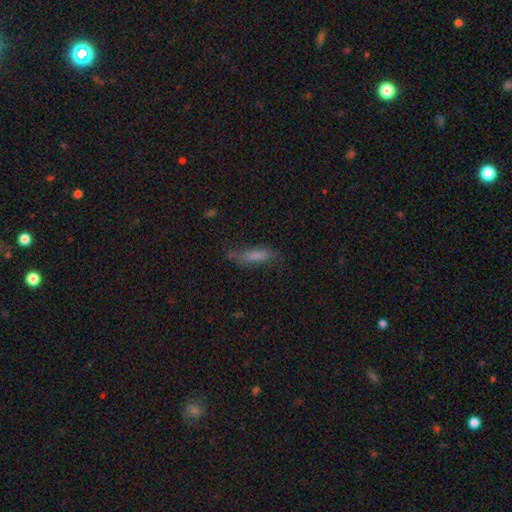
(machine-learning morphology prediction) The model was most divided on "how rounded": cigar-shaped: 56%, in between: 41%, round: 2%. More confident: smooth or featured — smooth (73%); merging — none (54%).